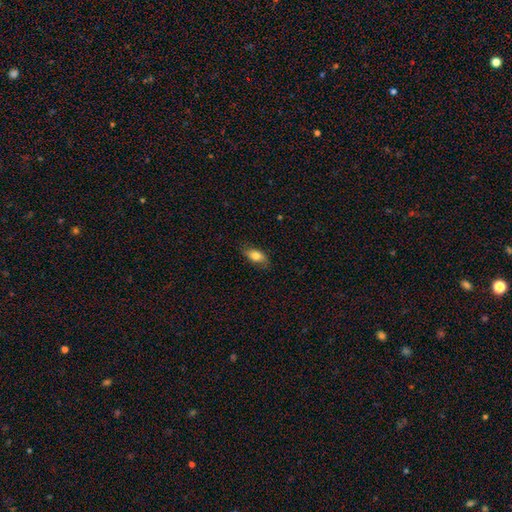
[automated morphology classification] Smooth or featured: smooth — 75% (featured or disk — 17%)
How rounded: in between — 85% (cigar-shaped — 9%)
Merging: none — 79% (minor disturbance — 16%)